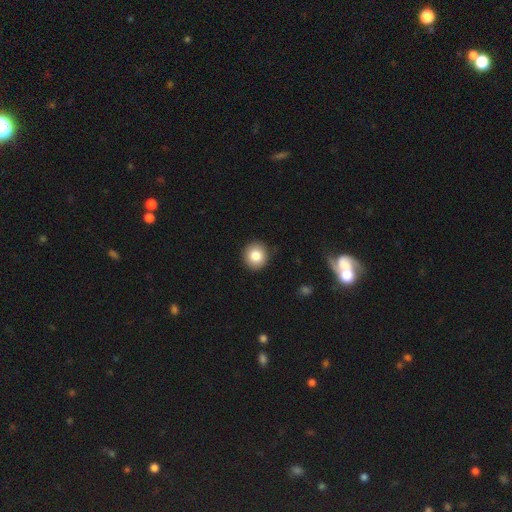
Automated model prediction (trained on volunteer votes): Morphology: type=smooth (83%); roundness=round (90%); merging=none (91%).